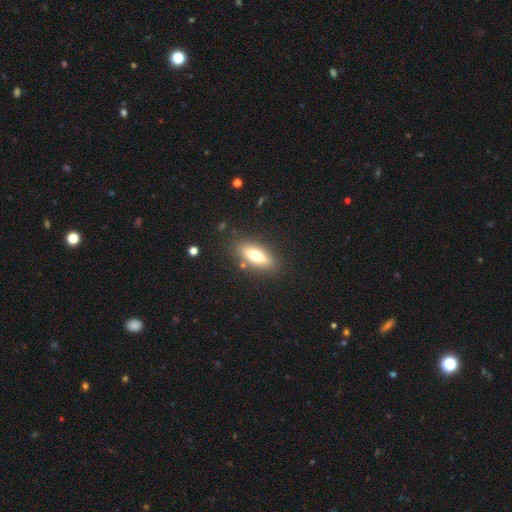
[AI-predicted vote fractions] A smooth galaxy with no disk features (62%) that is in between round and cigar-shaped (68%). Merging: none (85%).